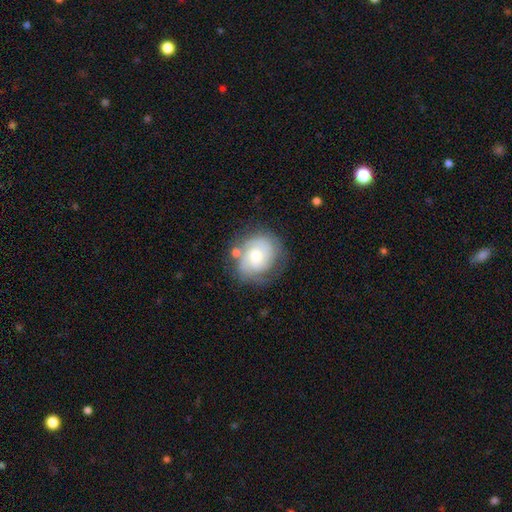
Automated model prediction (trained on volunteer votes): This is likely a featured or disk galaxy (70%). It is clearly not viewed edge-on (98%). Bar: likely no (70%). Spiral arm pattern: clearly yes (90%). Spiral arm count: marginally 2 (34%). Spiral winding: likely tight (61%). Central bulge: possibly moderate (55%). Merging: likely none (66%).